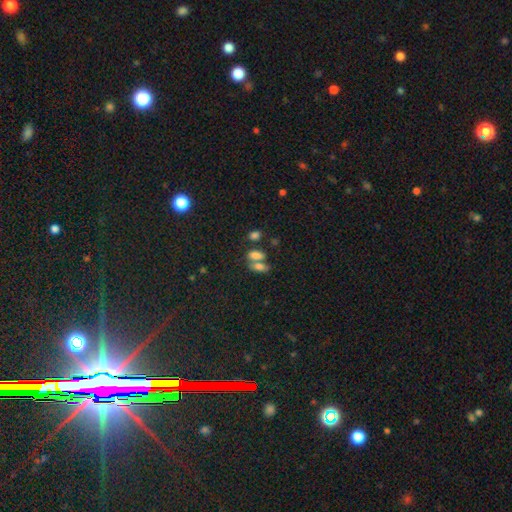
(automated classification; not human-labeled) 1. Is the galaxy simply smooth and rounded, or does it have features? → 76% smooth, 13% star or artifact, 12% featured or disk.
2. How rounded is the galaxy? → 85% in between, 9% round, 6% cigar-shaped.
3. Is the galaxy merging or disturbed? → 50% merger, 36% none, 10% minor disturbance, 5% major disturbance.